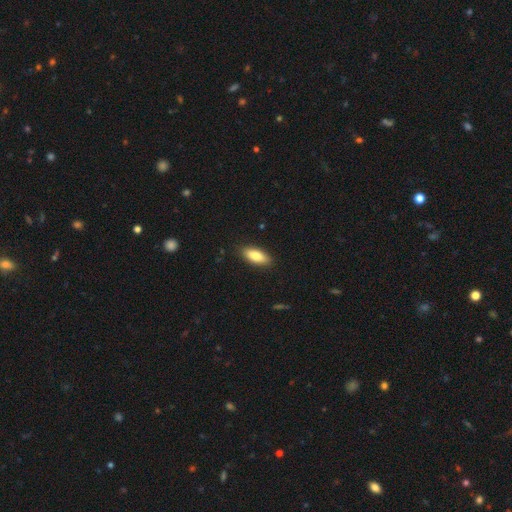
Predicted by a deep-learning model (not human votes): Smooth or featured: smooth — 83% (featured or disk — 11%)
How rounded: in between — 78% (cigar-shaped — 19%)
Merging: none — 88% (minor disturbance — 9%)